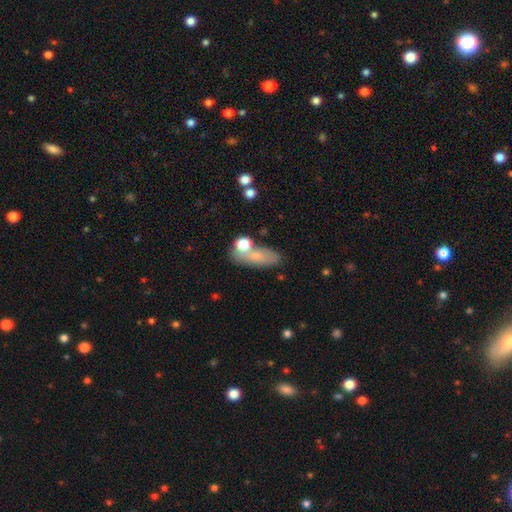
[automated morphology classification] smooth-or-featured: smooth: 70% | featured or disk: 19% | star or artifact: 11%
  how-rounded: in between: 69% | cigar-shaped: 19% | round: 12%
  merging: none: 52% | merger: 20% | minor disturbance: 19% | major disturbance: 10%